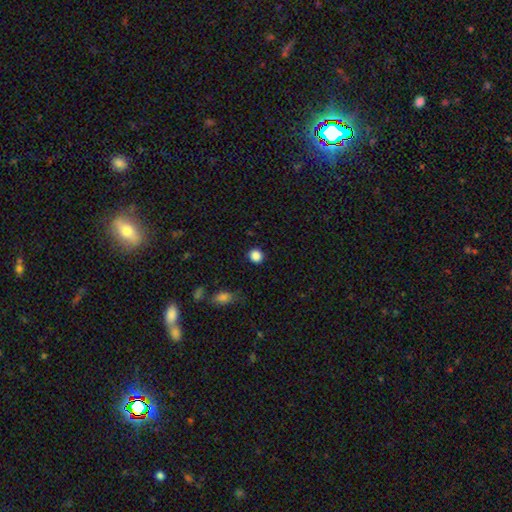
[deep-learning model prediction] This appears to be a smooth galaxy with no disk features (87%) that is round (88%). Merging: none (90%).